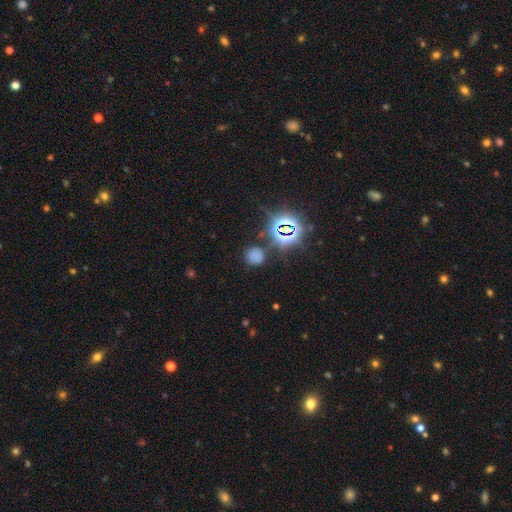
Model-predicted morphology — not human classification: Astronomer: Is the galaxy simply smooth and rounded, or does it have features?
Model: smooth — 57% (runner-up: star or artifact, 37%).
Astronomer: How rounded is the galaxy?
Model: round — 88%.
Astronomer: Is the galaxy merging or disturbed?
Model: none — 79%.